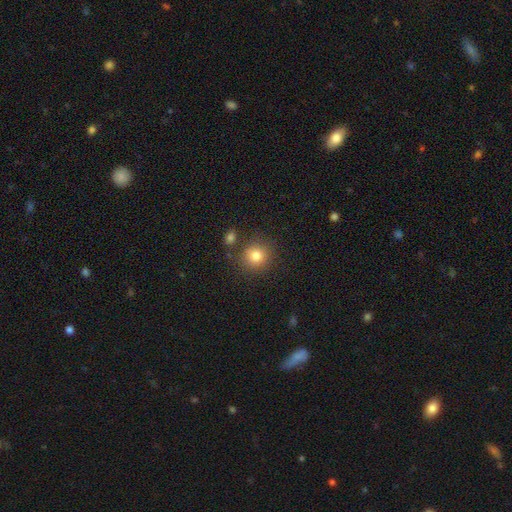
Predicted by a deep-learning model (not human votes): Smooth or featured?
  - smooth: 82% *
  - star or artifact: 11%
  - featured or disk: 7%
How rounded?
  - round: 89% *
  - in between: 10%
  - cigar-shaped: 1%
Merging?
  - none: 82% *
  - minor disturbance: 9%
  - merger: 6%
  - major disturbance: 3%